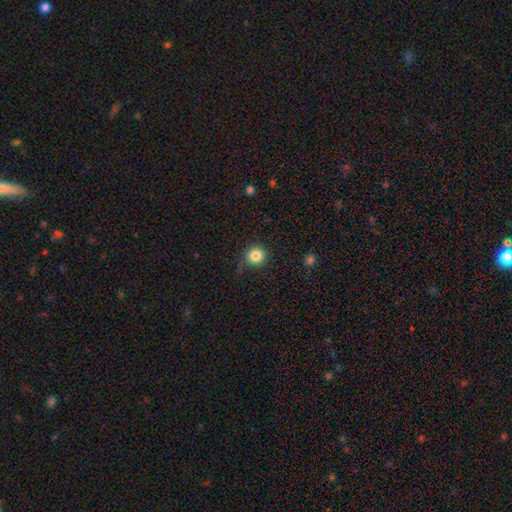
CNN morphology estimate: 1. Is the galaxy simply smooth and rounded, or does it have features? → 83% smooth, 11% star or artifact, 5% featured or disk.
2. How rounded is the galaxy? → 94% round, 5% in between, 1% cigar-shaped.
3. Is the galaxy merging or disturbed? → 82% none, 13% minor disturbance, 4% major disturbance, 2% merger.